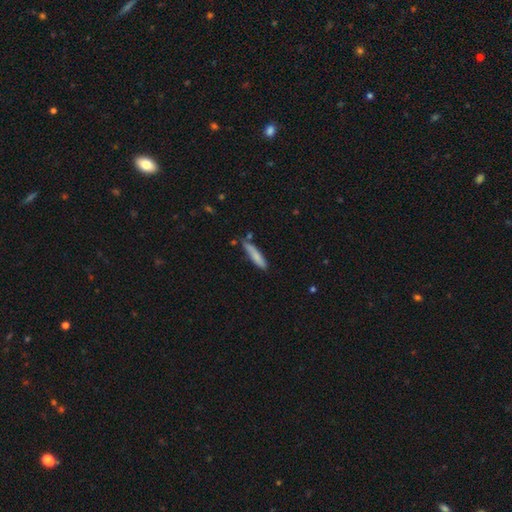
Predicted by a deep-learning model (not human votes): Q: Smooth or featured?
A: smooth (78%); runner-up: featured or disk (16%)
Q: How rounded?
A: cigar-shaped (85%); runner-up: in between (13%)
Q: Merging?
A: none (69%); runner-up: minor disturbance (22%)